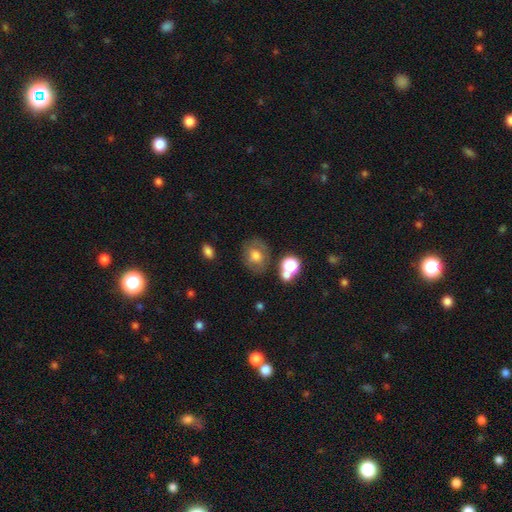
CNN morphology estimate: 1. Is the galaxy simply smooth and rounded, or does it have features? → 63% smooth, 26% featured or disk, 11% star or artifact.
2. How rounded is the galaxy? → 54% round, 45% in between, 1% cigar-shaped.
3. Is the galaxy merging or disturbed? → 66% none, 18% minor disturbance, 8% merger, 8% major disturbance.